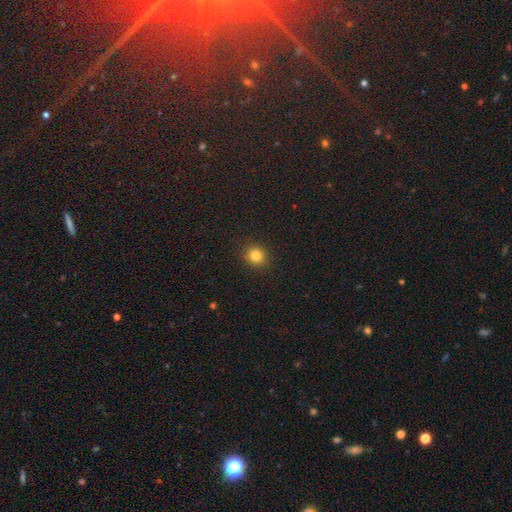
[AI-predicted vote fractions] This appears to be a smooth galaxy with no disk features (82%) that is round (88%). Merging: none (91%).